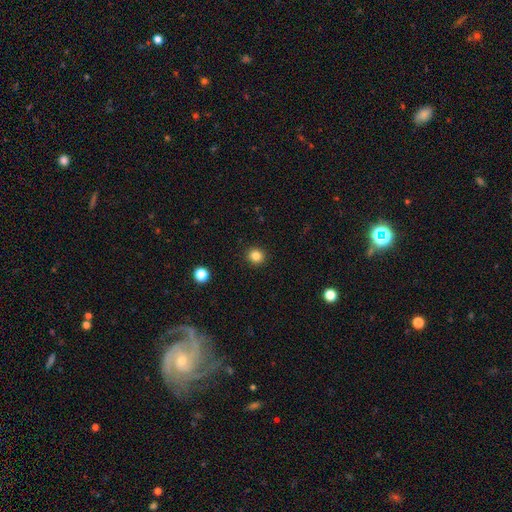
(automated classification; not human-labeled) This appears to be a smooth galaxy with no disk features (84%) that is round (90%). Merging: none (92%).